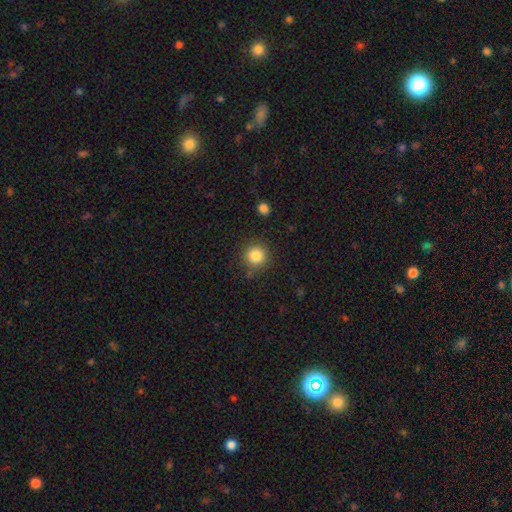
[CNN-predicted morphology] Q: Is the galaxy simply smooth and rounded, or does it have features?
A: smooth — 84%.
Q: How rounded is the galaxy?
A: round — 94%.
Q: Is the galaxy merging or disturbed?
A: none — 85%.